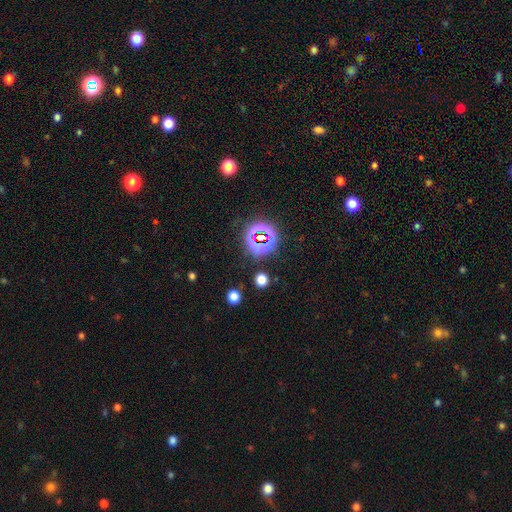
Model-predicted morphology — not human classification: A star or artifact, not a galaxy (80%).